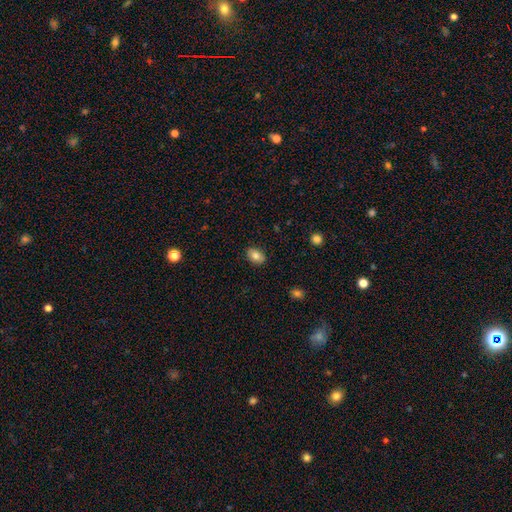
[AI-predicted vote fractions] The model was most divided on "how rounded": in between: 80%, round: 19%, cigar-shaped: 1%. More confident: merging — none (87%); smooth or featured — smooth (82%).